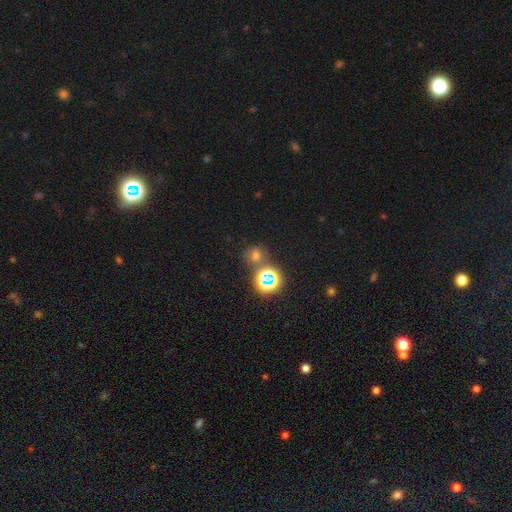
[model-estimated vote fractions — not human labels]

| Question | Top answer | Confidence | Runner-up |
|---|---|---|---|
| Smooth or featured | smooth | 56% | star or artifact (35%) |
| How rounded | round | 82% | in between (16%) |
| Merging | none | 69% | merger (16%) |